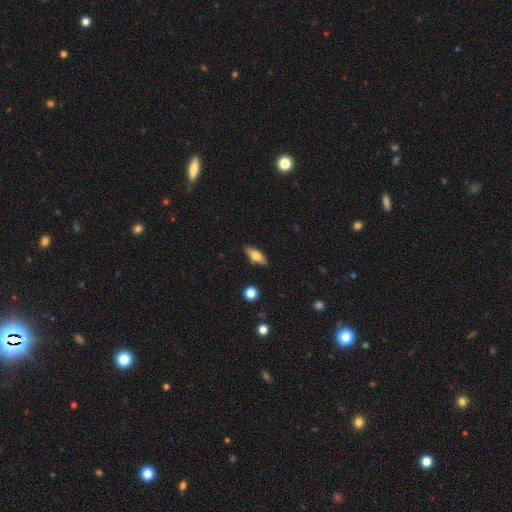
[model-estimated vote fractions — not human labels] Smooth or featured?
  - smooth: 65% *
  - featured or disk: 27%
  - star or artifact: 7%
How rounded?
  - in between: 69% *
  - cigar-shaped: 27%
  - round: 4%
Merging?
  - none: 83% *
  - minor disturbance: 12%
  - major disturbance: 2%
  - merger: 2%